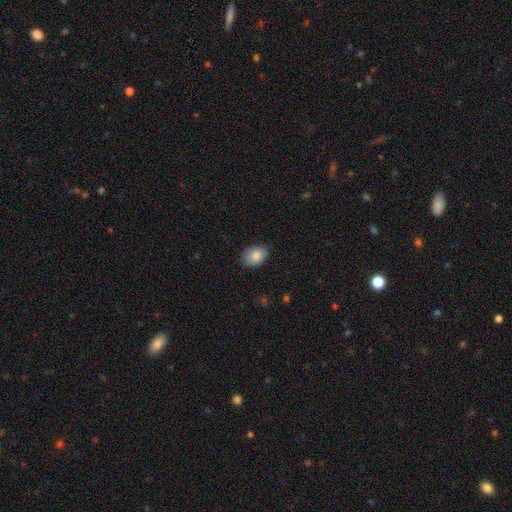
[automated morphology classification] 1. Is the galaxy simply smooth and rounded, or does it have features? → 86% smooth, 7% featured or disk, 7% star or artifact.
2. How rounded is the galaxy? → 83% in between, 16% round, 1% cigar-shaped.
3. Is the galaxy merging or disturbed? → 82% none, 15% minor disturbance, 3% major disturbance, 1% merger.